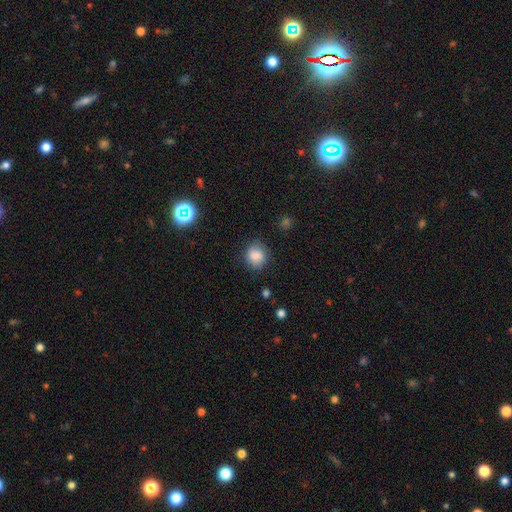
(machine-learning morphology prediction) Smooth or featured? Predicted: smooth (p=0.83). How rounded? Predicted: round (p=0.66). Merging? Predicted: none (p=0.75).